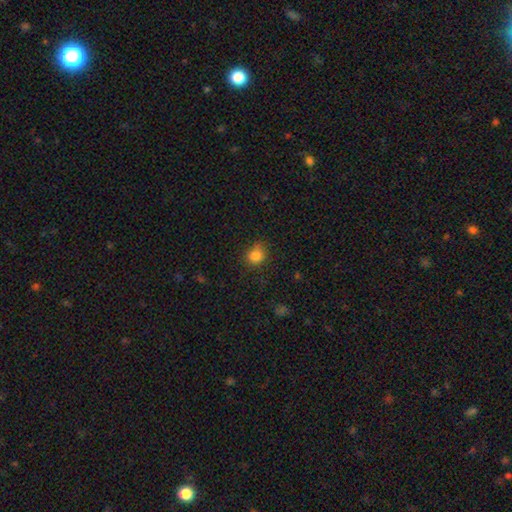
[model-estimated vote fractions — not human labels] Smooth or featured? Predicted: smooth (p=0.83). How rounded? Predicted: round (p=0.80). Merging? Predicted: none (p=0.74).